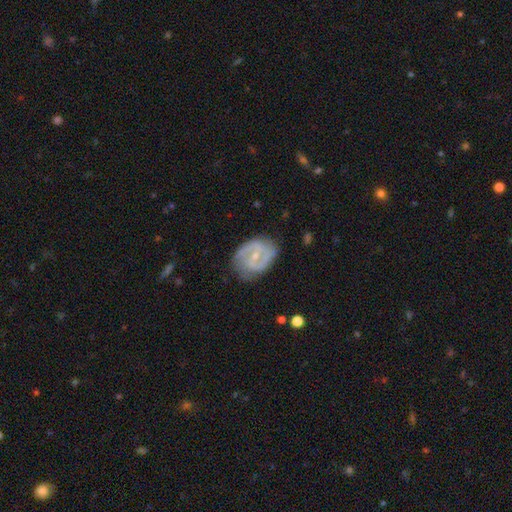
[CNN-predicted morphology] featured or disk 81%, smooth 13%, star or artifact 5%. Down the decision tree: edge-on disk — no (97%); bar — weak (50%); spiral arms — yes (88%); spiral arm count — 2 (83%); spiral winding — medium (49%); bulge size — small (62%); merging — none (72%).